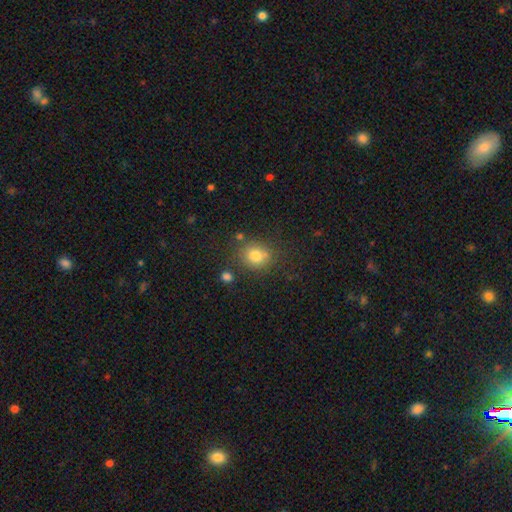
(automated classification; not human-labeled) smooth_or_featured: smooth (p=0.79) [alt: star or artifact p=0.12]
how_rounded: round (p=0.71) [alt: in between p=0.28]
merging: none (p=0.73) [alt: minor disturbance p=0.14]